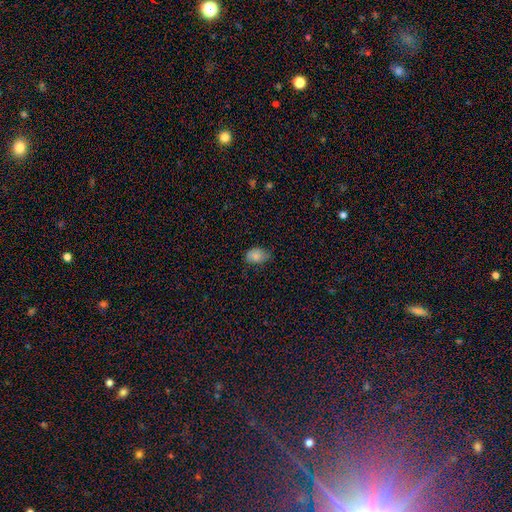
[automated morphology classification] smooth 83%, star or artifact 9%, featured or disk 9%. Down the decision tree: how rounded — in between (77%); merging — none (56%).